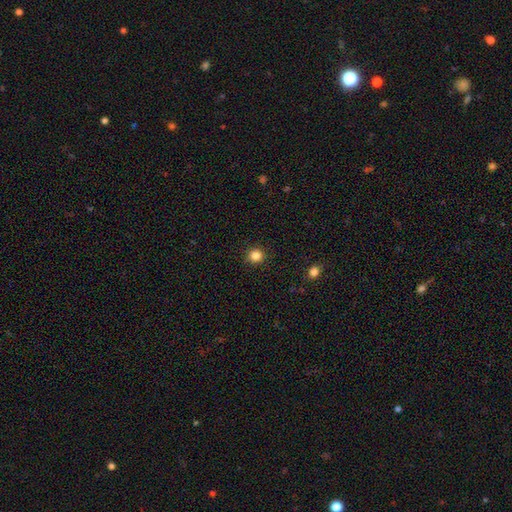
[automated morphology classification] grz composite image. It shows a smooth galaxy with no disk features (85%) that is round (93%). Merging: none (91%).